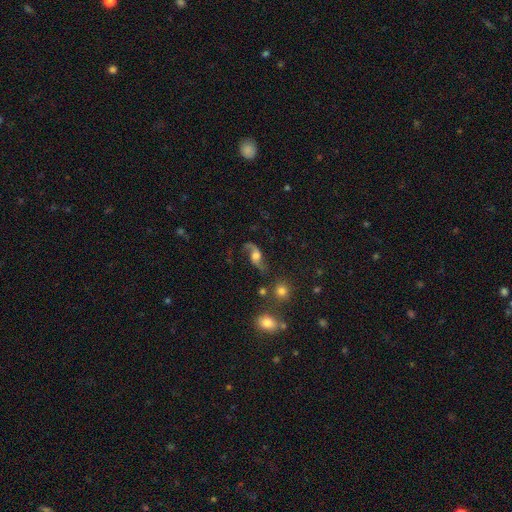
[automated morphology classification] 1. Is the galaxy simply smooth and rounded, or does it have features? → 80% featured or disk, 12% smooth, 8% star or artifact.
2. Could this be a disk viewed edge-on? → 92% no, 8% yes.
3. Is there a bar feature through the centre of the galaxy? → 61% no, 31% weak, 8% strong.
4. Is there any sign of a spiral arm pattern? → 94% yes, 6% no.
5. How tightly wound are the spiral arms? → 84% loose, 13% medium, 3% tight.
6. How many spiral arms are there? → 93% 2, 3% 1, 2% can't tell, 1% 3, 1% 4, 1% more than 4.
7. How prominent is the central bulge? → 40% moderate, 38% large, 11% small, 6% none, 5% dominant.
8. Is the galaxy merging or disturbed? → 70% none, 15% minor disturbance, 10% major disturbance, 4% merger.